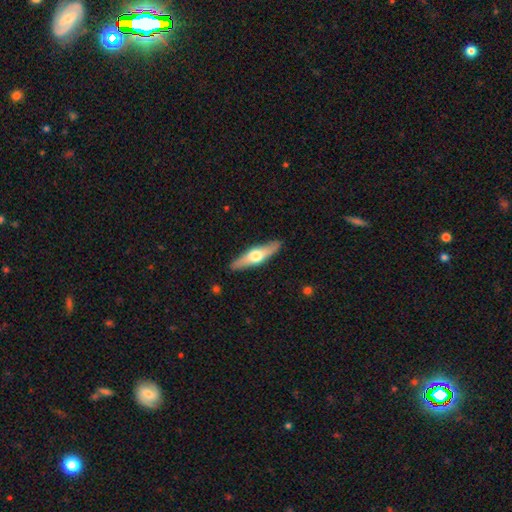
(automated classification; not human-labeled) Overall: featured or disk (56%; smooth 39%). Edge-on disk: yes (92%). Edge-on bulge: rounded (95%). Merging: none (90%).